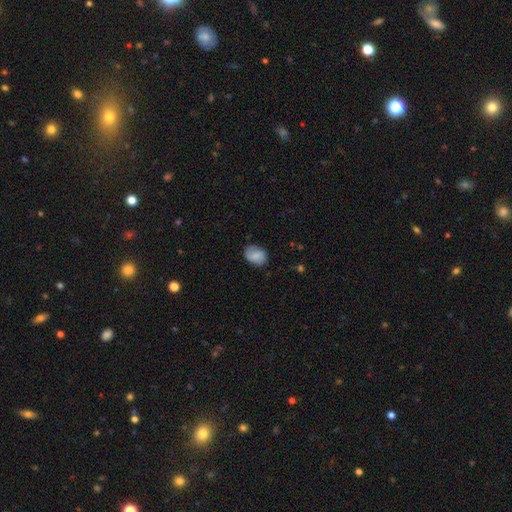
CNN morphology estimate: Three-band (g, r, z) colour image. It shows a smooth galaxy with no disk features (72%) that is in between round and cigar-shaped (66%). Merging: none (63%).